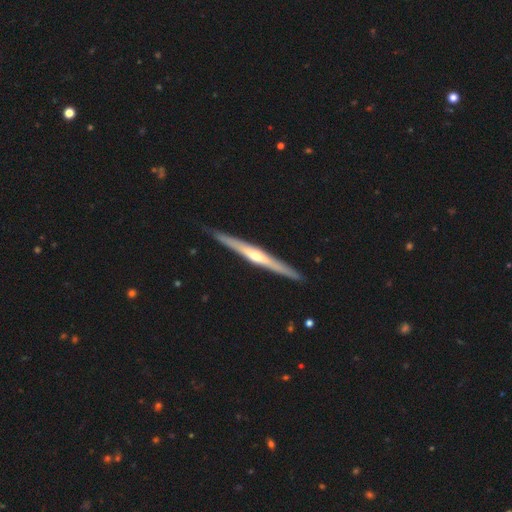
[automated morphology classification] This appears to be a featured or disk galaxy (75%) viewed edge-on (97%) with a rounded central bulge (76%). Merging: none (90%).